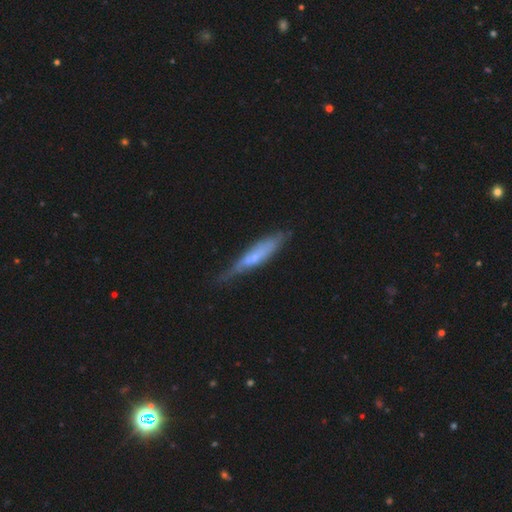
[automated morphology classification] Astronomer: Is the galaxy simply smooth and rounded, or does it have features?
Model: featured or disk — 49% (runner-up: smooth, 44%).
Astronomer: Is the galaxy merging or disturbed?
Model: none — 57%.